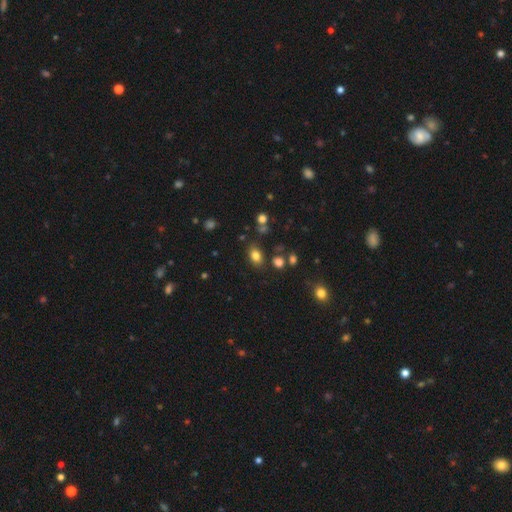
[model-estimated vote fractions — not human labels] The model was most divided on "how rounded": in between: 72%, round: 26%, cigar-shaped: 1%. More confident: smooth or featured — smooth (80%); merging — none (78%).